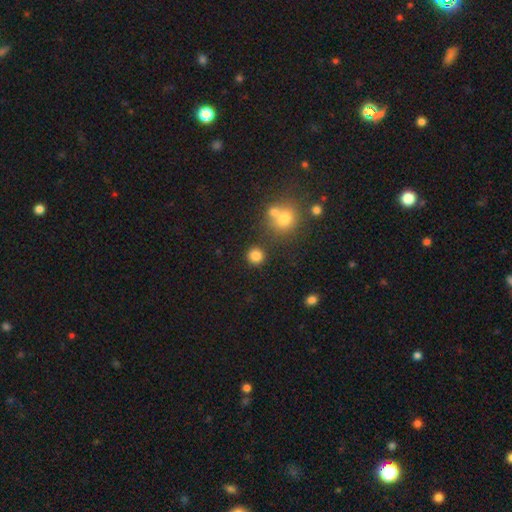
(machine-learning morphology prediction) This is clearly a smooth galaxy (82%). How rounded: clearly round (92%). Merging: clearly none (84%).